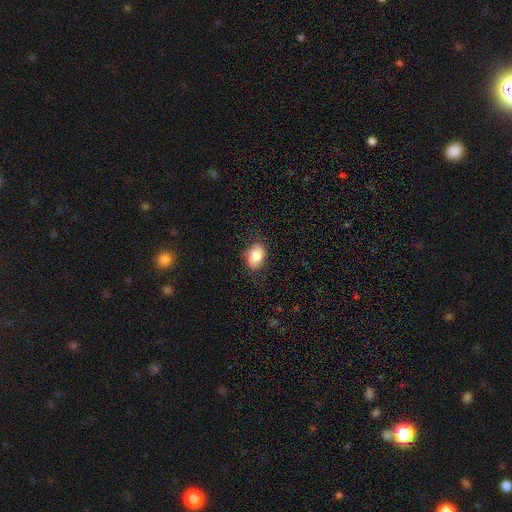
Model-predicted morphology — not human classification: This appears to be a smooth galaxy with no disk features (81%) that is in between round and cigar-shaped (81%). Merging: none (79%).